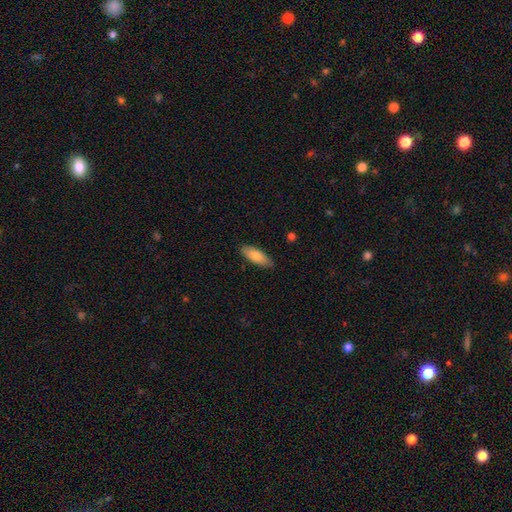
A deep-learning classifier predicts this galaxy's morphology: Smooth or featured: smooth — 79% (featured or disk — 15%)
How rounded: in between — 71% (cigar-shaped — 28%)
Merging: none — 86% (minor disturbance — 11%)